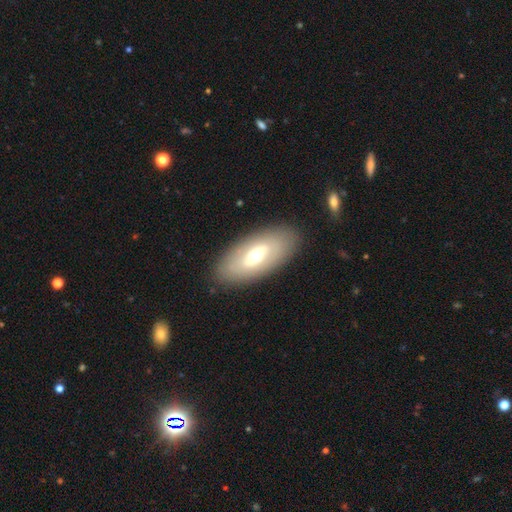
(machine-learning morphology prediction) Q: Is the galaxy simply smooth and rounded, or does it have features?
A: smooth — 47%.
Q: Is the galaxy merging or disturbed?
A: none — 87%.